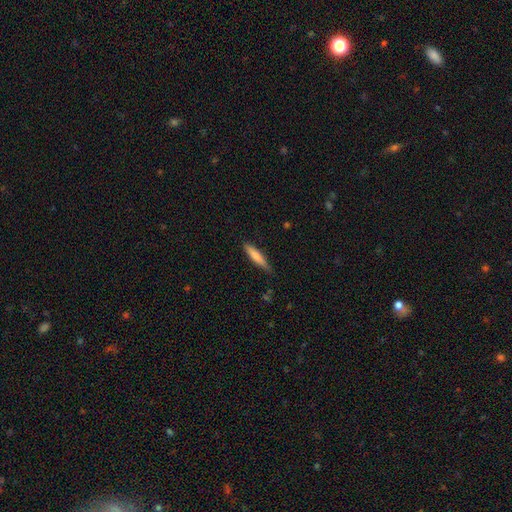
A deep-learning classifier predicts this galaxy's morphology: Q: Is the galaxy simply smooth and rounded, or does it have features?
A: smooth — 75%.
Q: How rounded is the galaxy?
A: cigar-shaped — 85%.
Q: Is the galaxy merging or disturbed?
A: none — 77%.